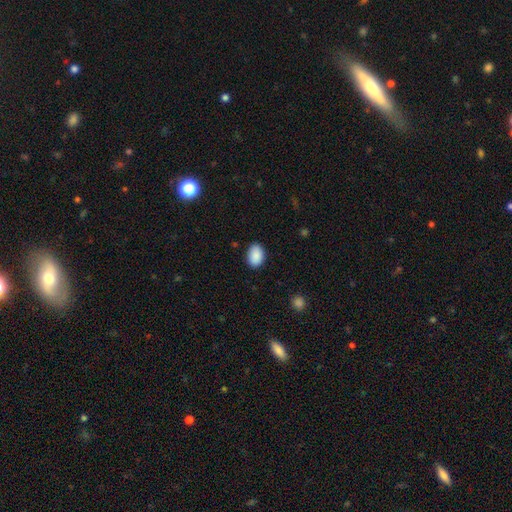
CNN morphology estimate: Smooth or featured: smooth — 90% (star or artifact — 7%)
How rounded: in between — 83% (round — 16%)
Merging: none — 87% (minor disturbance — 10%)